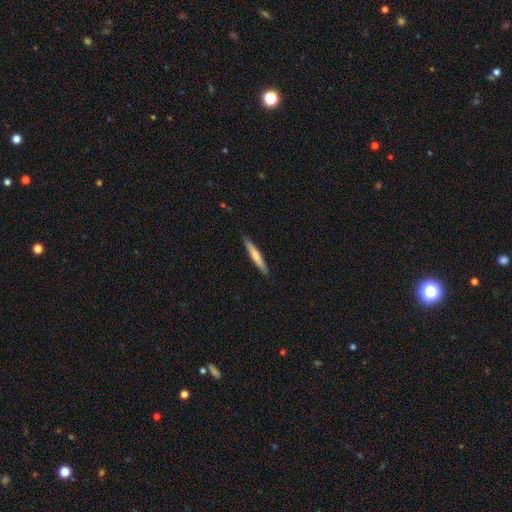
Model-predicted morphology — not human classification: Overall: smooth (64%; featured or disk 31%). How rounded: cigar-shaped (94%). Merging: none (90%).